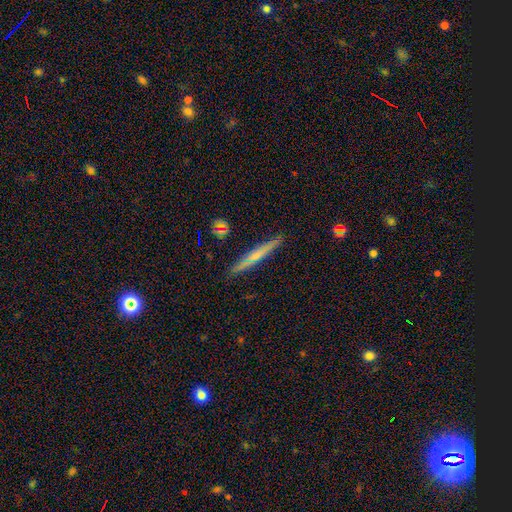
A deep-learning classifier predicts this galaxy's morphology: A featured or disk galaxy (50%) viewed edge-on (96%). Merging: none (88%).